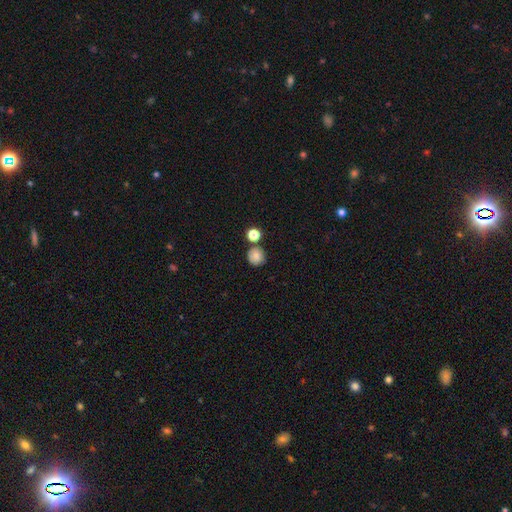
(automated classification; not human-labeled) Smooth or featured? Predicted: smooth (p=0.82). How rounded? Predicted: round (p=0.89). Merging? Predicted: none (p=0.73).